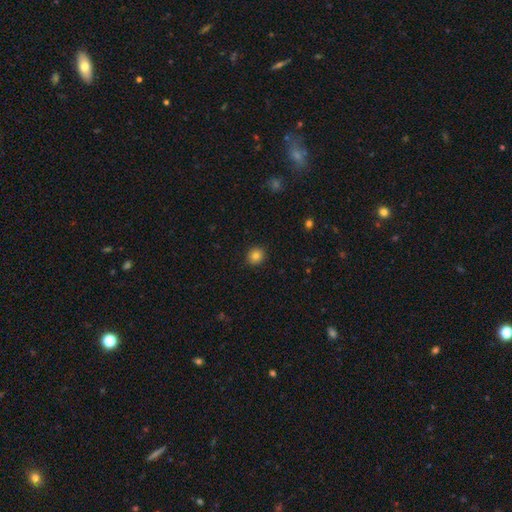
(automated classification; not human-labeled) Overall: smooth (82%). How rounded: round (89%). Merging: none (91%).